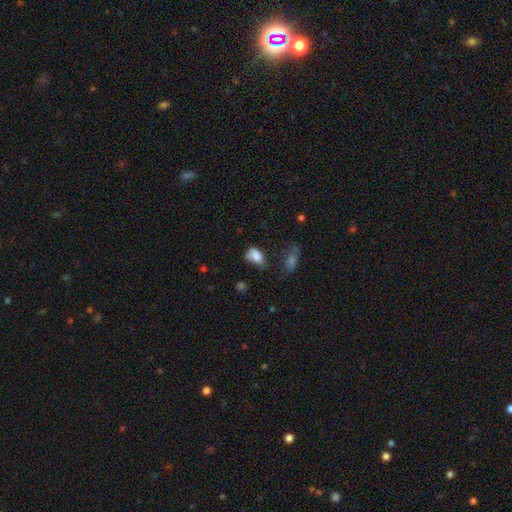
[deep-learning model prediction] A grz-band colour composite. It shows a smooth galaxy with no disk features (79%) that is in between round and cigar-shaped (88%). Merging: minor disturbance (34%, tied with none).